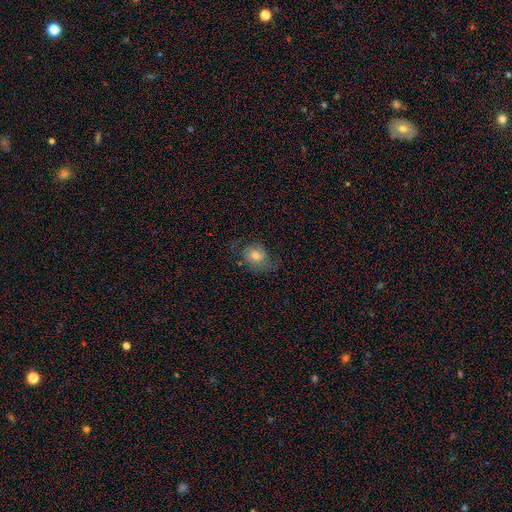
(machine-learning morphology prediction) The model was most divided on "how rounded": round: 55%, in between: 44%, cigar-shaped: 1%. More confident: smooth or featured — smooth (57%); merging — none (55%).